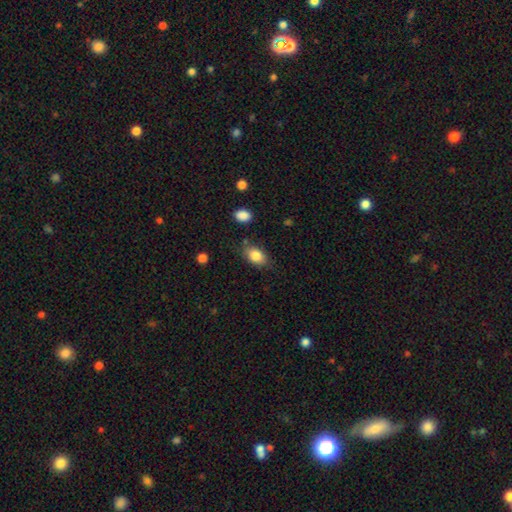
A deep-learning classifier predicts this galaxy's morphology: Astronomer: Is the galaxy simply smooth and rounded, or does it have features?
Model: smooth — 83%.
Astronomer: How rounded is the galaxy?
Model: in between — 84%.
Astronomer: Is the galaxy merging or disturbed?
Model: none — 73%.